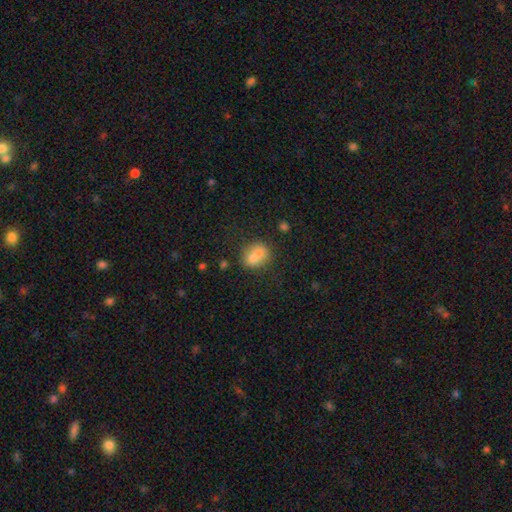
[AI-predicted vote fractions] smooth-or-featured: smooth: 73% | featured or disk: 16% | star or artifact: 11%
  how-rounded: in between: 49% (tied) | round: 49% (tied) | cigar-shaped: 1%
  merging: none: 43% | merger: 37% | minor disturbance: 14% | major disturbance: 6%